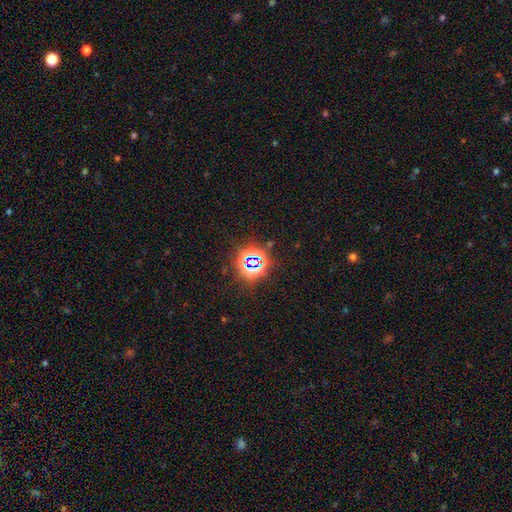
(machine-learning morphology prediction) Smooth or featured? star or artifact (77%)